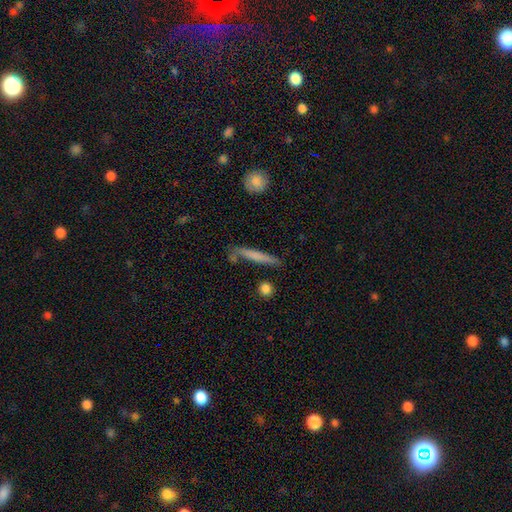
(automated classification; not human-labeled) This appears to be a smooth galaxy with no disk features (63%) that is cigar-shaped (93%). Merging: none (74%).